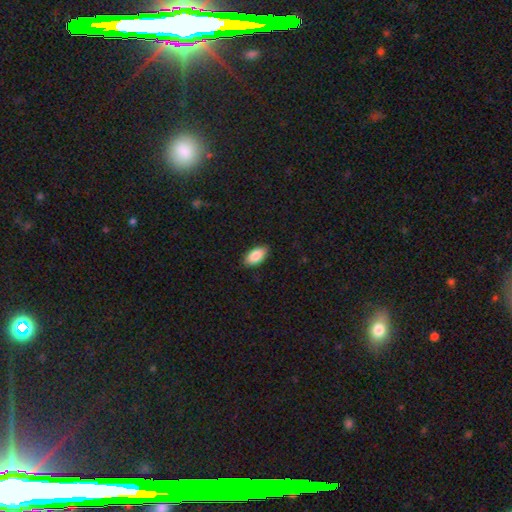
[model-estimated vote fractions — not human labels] smooth-or-featured: smooth: 87% | star or artifact: 7% | featured or disk: 6%
  how-rounded: in between: 94% | cigar-shaped: 3% | round: 3%
  merging: none: 88% | minor disturbance: 9% | major disturbance: 2% | merger: 1%